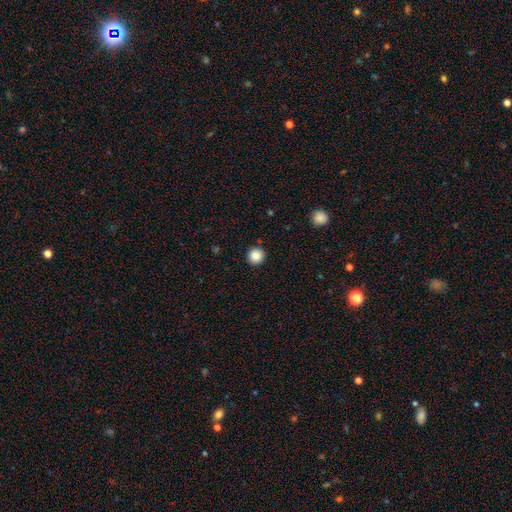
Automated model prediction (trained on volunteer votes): smooth 87%, star or artifact 10%, featured or disk 3%. Down the decision tree: how rounded — round (95%); merging — none (92%).